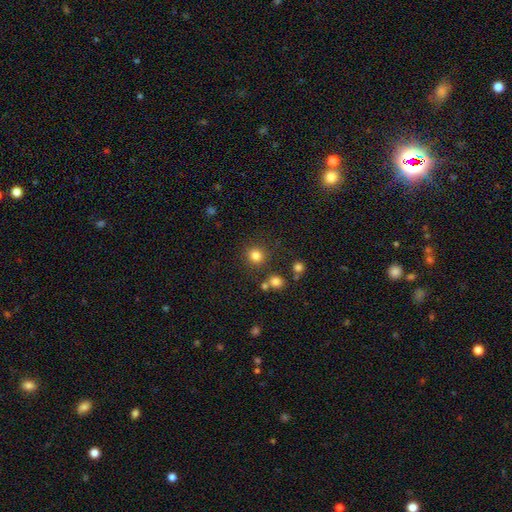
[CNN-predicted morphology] Smooth or featured: smooth — 82% (star or artifact — 13%)
How rounded: round — 91% (in between — 8%)
Merging: none — 84% (minor disturbance — 8%)